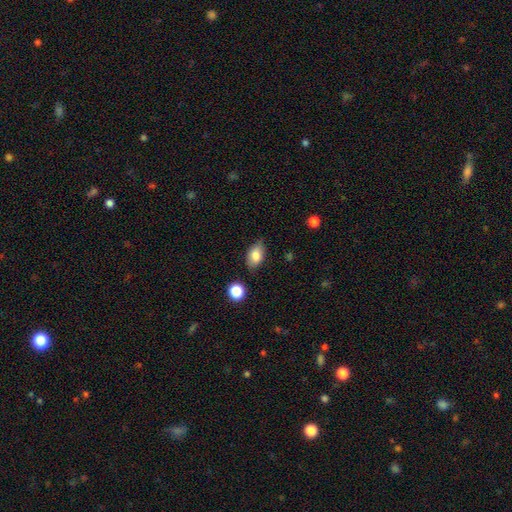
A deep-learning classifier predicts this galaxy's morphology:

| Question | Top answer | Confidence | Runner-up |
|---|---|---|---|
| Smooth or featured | smooth | 81% | featured or disk (11%) |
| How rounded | in between | 88% | round (9%) |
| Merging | none | 76% | minor disturbance (18%) |